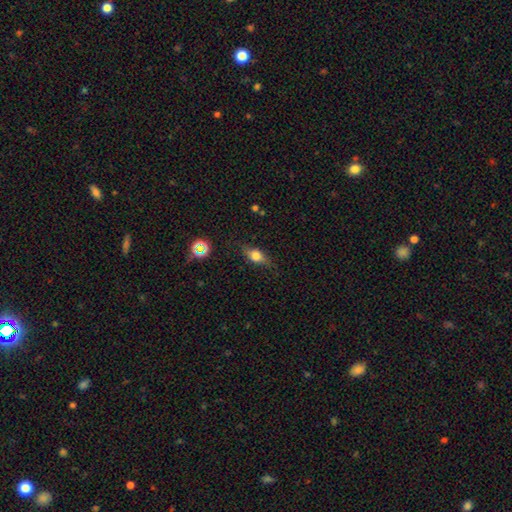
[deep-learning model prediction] Smooth or featured?
  - smooth: 64% *
  - featured or disk: 25%
  - star or artifact: 11%
How rounded?
  - in between: 70% *
  - cigar-shaped: 16%
  - round: 14%
Merging?
  - none: 77% *
  - minor disturbance: 17%
  - major disturbance: 5%
  - merger: 2%